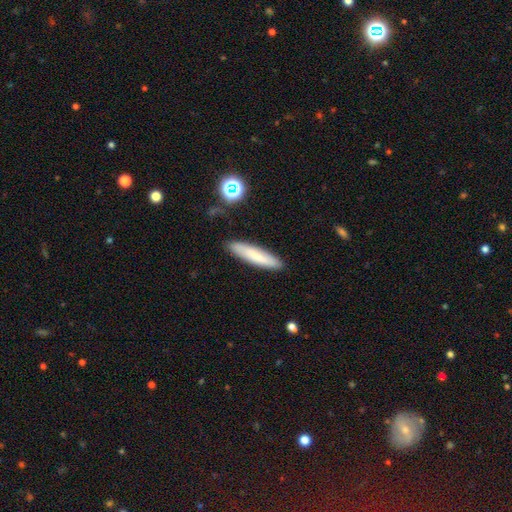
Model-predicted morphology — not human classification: Smooth or featured? Predicted: smooth (p=0.76). How rounded? Predicted: cigar-shaped (p=0.85). Merging? Predicted: none (p=0.88).